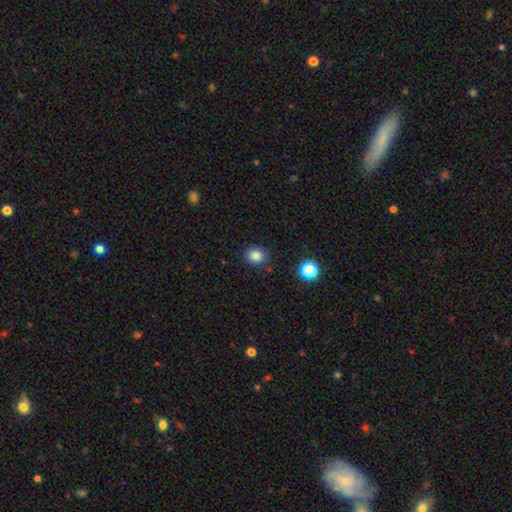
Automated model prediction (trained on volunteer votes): smooth_or_featured: smooth (p=0.84) [alt: star or artifact p=0.12]
how_rounded: round (p=0.69) [alt: in between p=0.30]
merging: none (p=0.84) [alt: minor disturbance p=0.11]